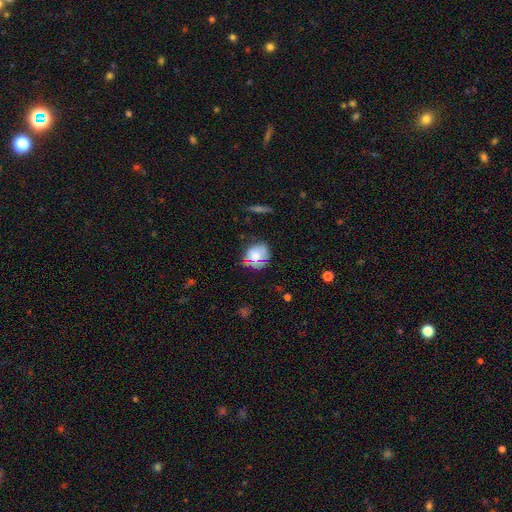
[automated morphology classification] This appears to be a smooth galaxy with no disk features (72%) that is round (72%). Merging: none (65%).